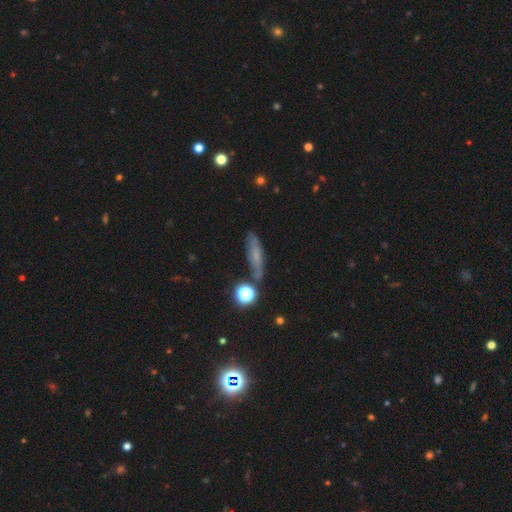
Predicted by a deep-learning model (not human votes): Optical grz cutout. It shows a smooth galaxy with no disk features (49%). Merging: none (72%).